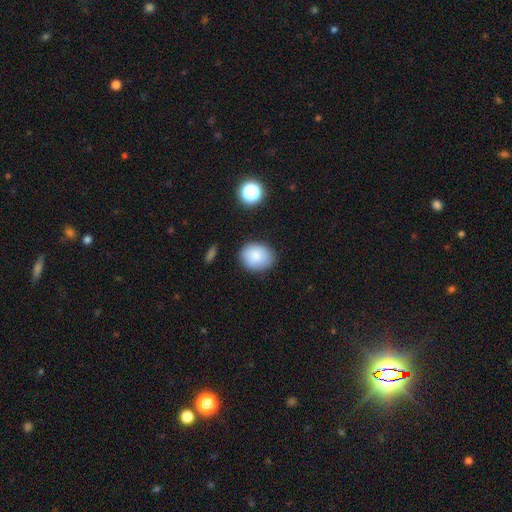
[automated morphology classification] Smooth or featured: smooth — 85% (star or artifact — 8%)
How rounded: round — 55% (in between — 44%)
Merging: none — 83% (minor disturbance — 12%)